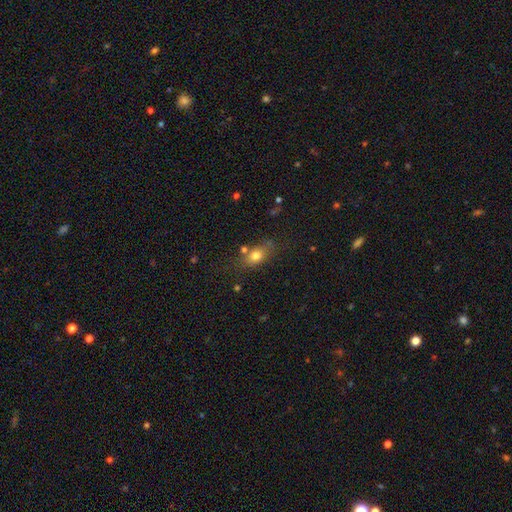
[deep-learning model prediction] smooth-or-featured: smooth: 75% | featured or disk: 13% | star or artifact: 11%
  how-rounded: in between: 70% | round: 24% | cigar-shaped: 5%
  merging: none: 64% | minor disturbance: 19% | merger: 9% | major disturbance: 7%